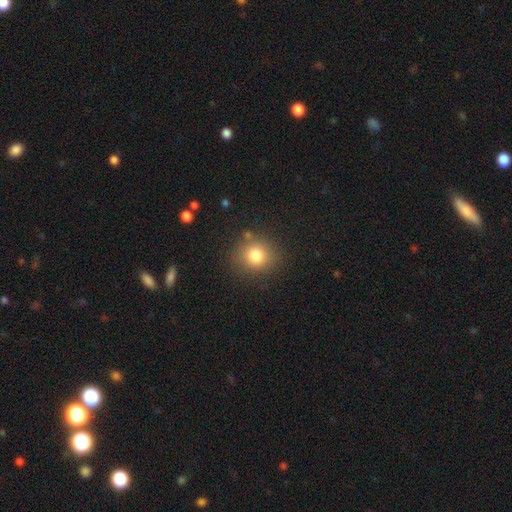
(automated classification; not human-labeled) This appears to be a smooth galaxy with no disk features (80%) that is round (86%). Merging: none (83%).